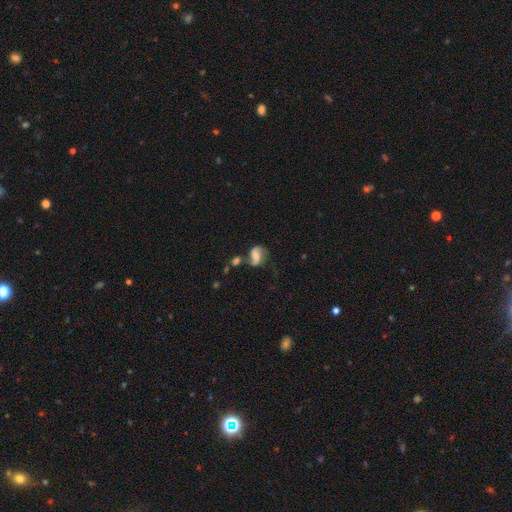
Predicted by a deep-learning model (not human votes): Smooth or featured? featured or disk (56%)
Edge-on disk? no (97%)
Bar? weak (39%)
Spiral arms? yes (86%)
Bulge size? moderate (35%)
Merging? none (43%)